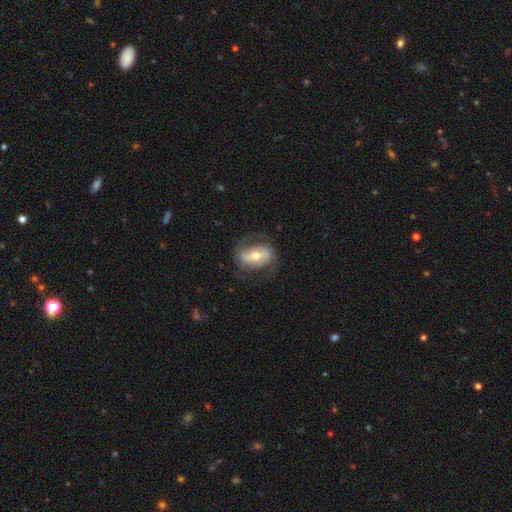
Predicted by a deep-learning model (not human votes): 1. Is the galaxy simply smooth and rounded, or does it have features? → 73% featured or disk, 21% smooth, 6% star or artifact.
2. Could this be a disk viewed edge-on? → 95% no, 5% yes.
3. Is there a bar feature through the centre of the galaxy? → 45% strong, 33% weak, 21% no.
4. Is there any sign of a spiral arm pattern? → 85% yes, 15% no.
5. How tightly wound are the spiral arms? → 47% medium, 29% loose, 24% tight.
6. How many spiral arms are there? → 83% 2, 8% can't tell, 5% 1, 1% 3, 1% 4, 1% more than 4.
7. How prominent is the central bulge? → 61% moderate, 31% small, 6% large, 1% dominant, 1% none.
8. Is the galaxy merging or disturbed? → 68% none, 17% minor disturbance, 14% major disturbance, 1% merger.